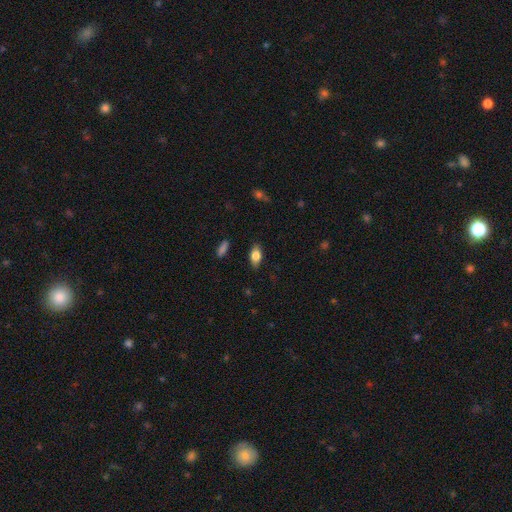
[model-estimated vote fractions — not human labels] Smooth or featured: smooth — 80% (featured or disk — 13%)
How rounded: in between — 87% (cigar-shaped — 7%)
Merging: none — 83% (minor disturbance — 13%)